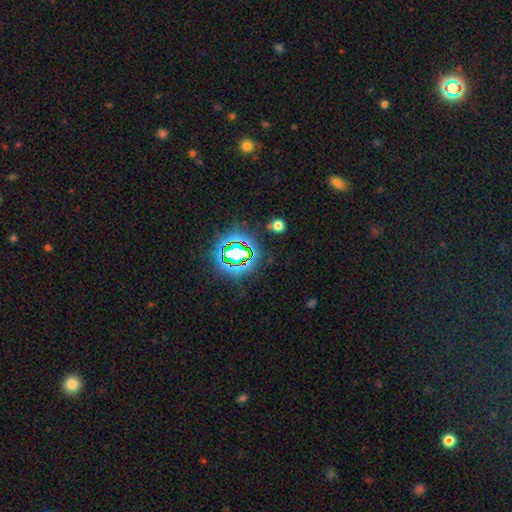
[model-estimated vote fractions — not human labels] Morphology: type=star or artifact (76%).